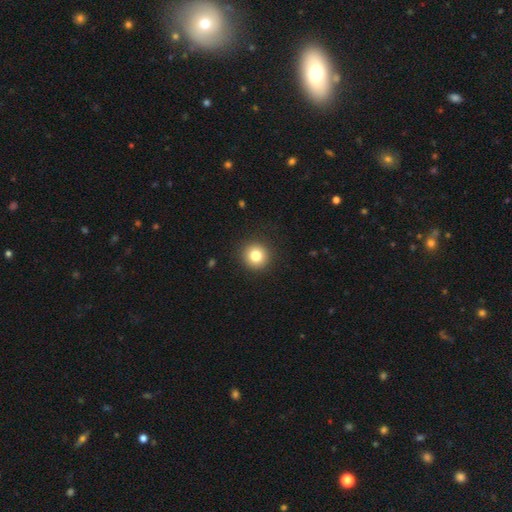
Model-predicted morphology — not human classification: Q: Smooth or featured?
A: smooth (81%); runner-up: star or artifact (11%)
Q: How rounded?
A: round (94%); runner-up: in between (5%)
Q: Merging?
A: none (92%); runner-up: minor disturbance (5%)